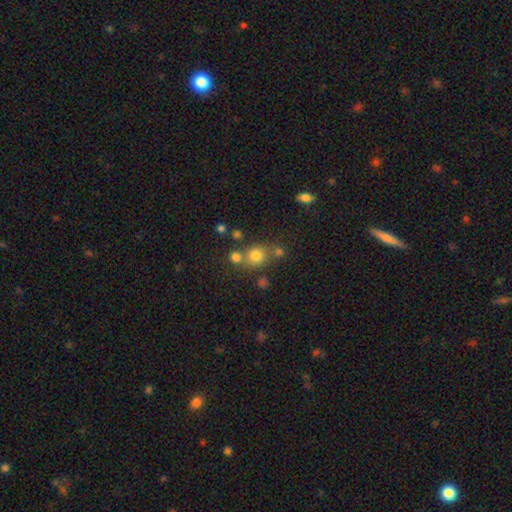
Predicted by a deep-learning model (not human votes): Smooth or featured? smooth (74%)
How rounded? round (81%)
Merging? none (60%)